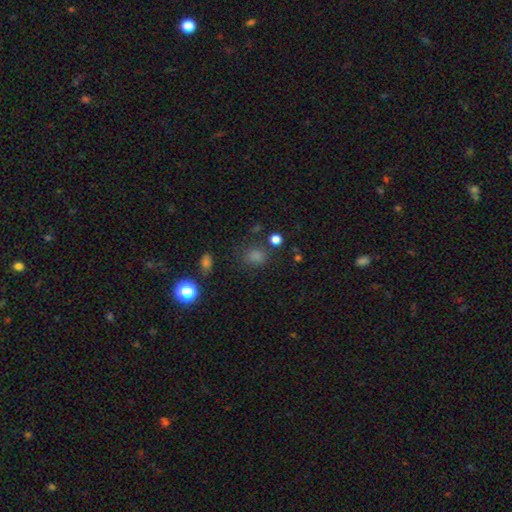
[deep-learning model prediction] The model was most divided on "smooth or featured": smooth: 65%, star or artifact: 29%, featured or disk: 6%. More confident: merging — none (77%); how rounded — round (71%).